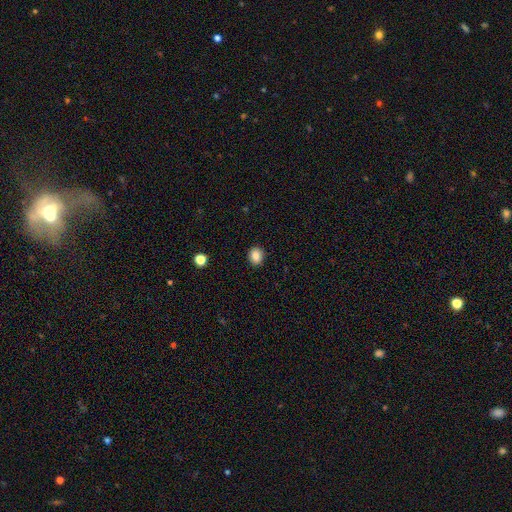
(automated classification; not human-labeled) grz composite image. It shows a smooth galaxy with no disk features (85%) that is round (65%). Merging: none (90%).